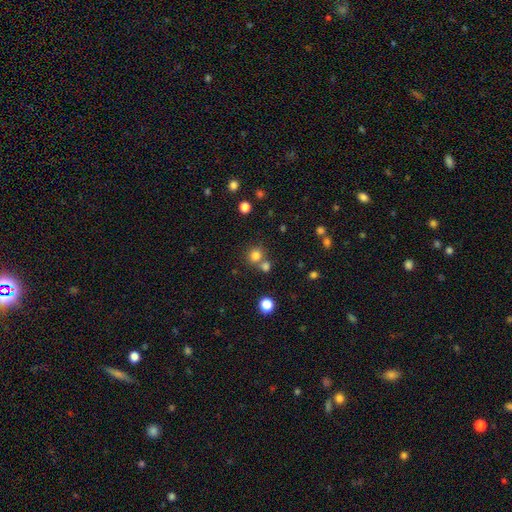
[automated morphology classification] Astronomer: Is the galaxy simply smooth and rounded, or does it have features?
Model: smooth — 79%.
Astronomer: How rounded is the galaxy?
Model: round — 88%.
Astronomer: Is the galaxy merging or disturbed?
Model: none — 64%.